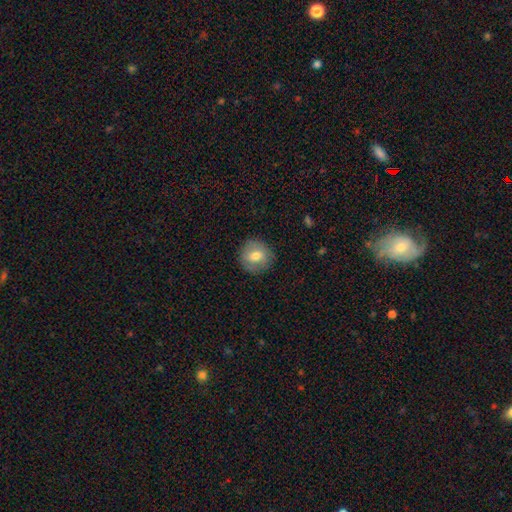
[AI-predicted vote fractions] smooth-or-featured: smooth: 68% | featured or disk: 24% | star or artifact: 8%
  how-rounded: round: 89% | in between: 10% | cigar-shaped: 1%
  merging: none: 87% | minor disturbance: 10% | major disturbance: 3% | merger: 1%